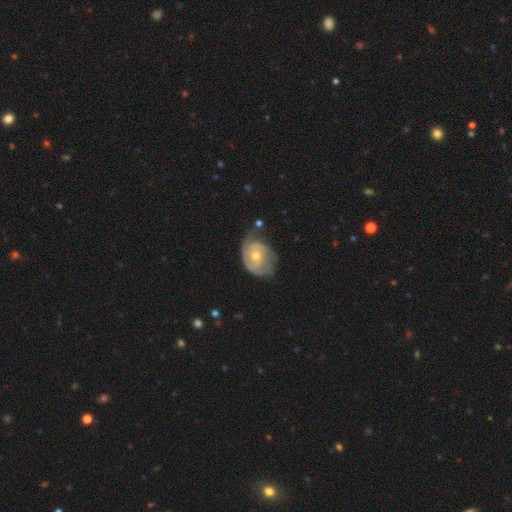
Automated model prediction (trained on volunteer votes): Smooth or featured?
  - featured or disk: 75% *
  - smooth: 20%
  - star or artifact: 5%
Edge-on disk?
  - no: 97% *
  - yes: 3%
Bar?
  - no: 73% *
  - weak: 23%
  - strong: 4%
Spiral arms?
  - yes: 89% *
  - no: 11%
Spiral winding?
  - tight: 57% *
  - medium: 31%
  - loose: 12%
Spiral arm count?
  - 2: 45% *
  - can't tell: 26%
  - 3: 13%
  - 1: 11%
  - 4: 3%
  - more than 4: 3%
Bulge size?
  - moderate: 51% *
  - small: 45%
  - large: 2%
  - none: 1%
  - dominant: 1%
Merging?
  - none: 43% *
  - minor disturbance: 33%
  - major disturbance: 20%
  - merger: 4%